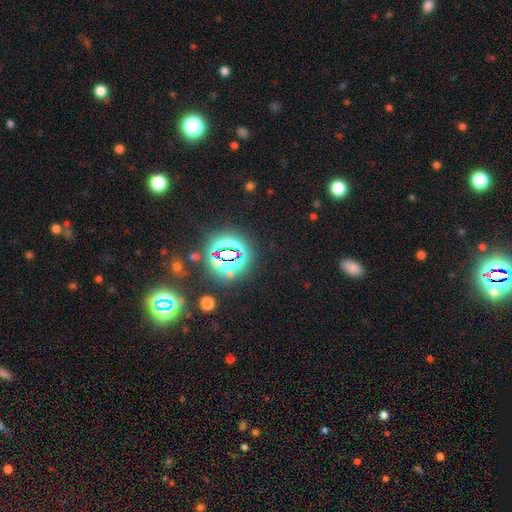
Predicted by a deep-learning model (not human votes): Smooth or featured? Predicted: star or artifact (p=0.77).